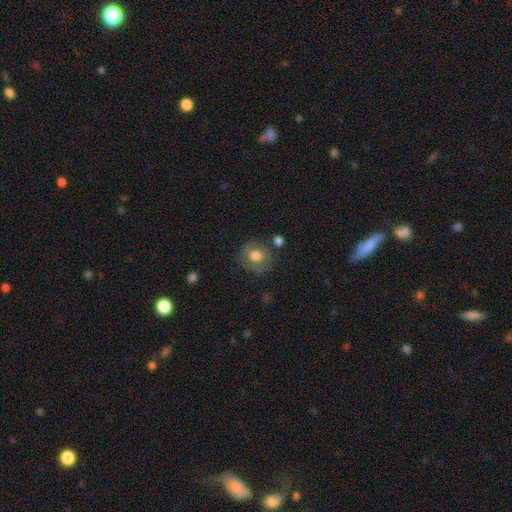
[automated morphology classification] Smooth or featured? Predicted: smooth (p=0.58). How rounded? Predicted: round (p=0.78). Merging? Predicted: none (p=0.74).